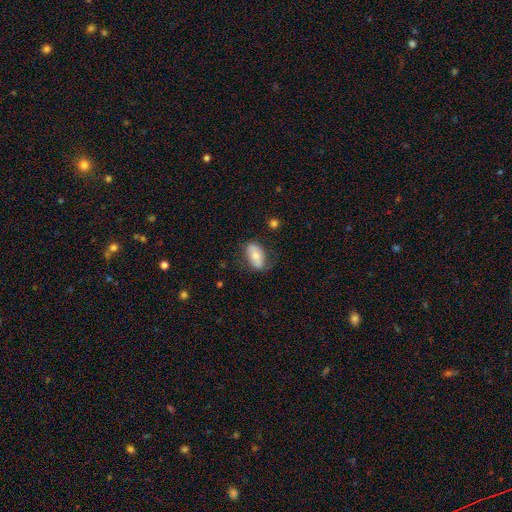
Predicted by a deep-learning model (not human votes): smooth-or-featured: smooth: 69% | featured or disk: 24% | star or artifact: 7%
  how-rounded: in between: 91% | cigar-shaped: 5% | round: 5%
  merging: none: 69% | minor disturbance: 22% | major disturbance: 7% | merger: 2%